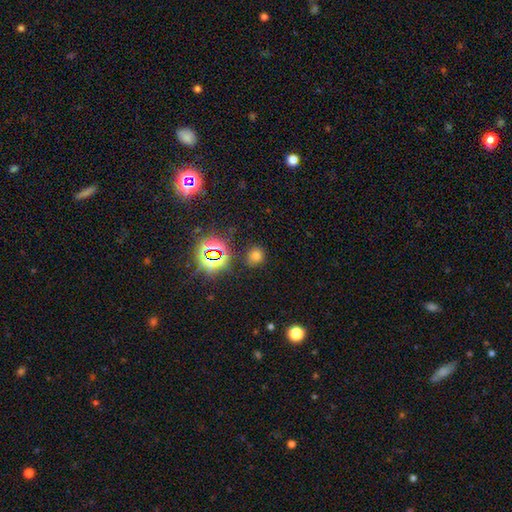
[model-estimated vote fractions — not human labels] Smooth or featured: smooth — 65% (star or artifact — 29%)
How rounded: round — 78% (in between — 21%)
Merging: none — 84% (minor disturbance — 10%)